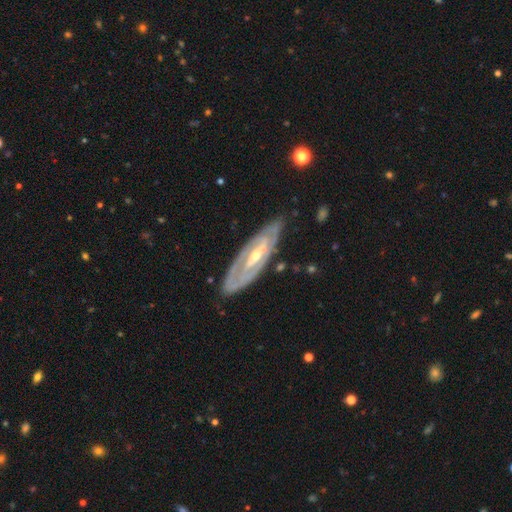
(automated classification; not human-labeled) Smooth or featured?
  - featured or disk: 83% *
  - smooth: 11%
  - star or artifact: 5%
Edge-on disk?
  - no: 81% *
  - yes: 19%
Bar?
  - weak: 38% *
  - strong: 34%
  - no: 27%
Spiral arms?
  - yes: 80% *
  - no: 20%
Spiral winding?
  - tight: 64% *
  - medium: 28%
  - loose: 8%
Spiral arm count?
  - 2: 50% *
  - can't tell: 35%
  - 3: 5%
  - 1: 5%
  - 4: 3%
  - more than 4: 2%
Bulge size?
  - small: 56% *
  - moderate: 40%
  - large: 2%
  - none: 1%
  - dominant: 1%
Merging?
  - none: 76% *
  - minor disturbance: 17%
  - major disturbance: 5%
  - merger: 2%